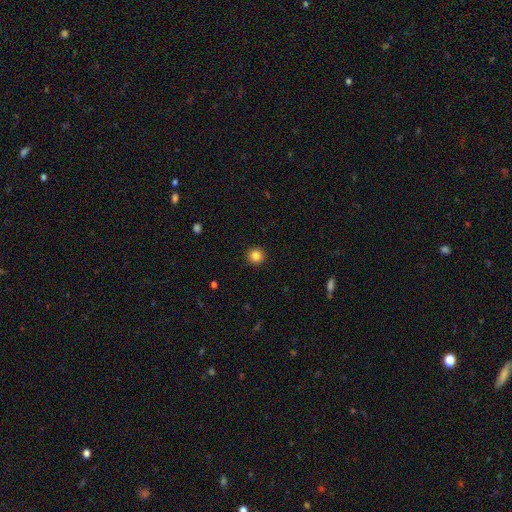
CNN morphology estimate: This appears to be a smooth galaxy with no disk features (85%) that is round (95%). Merging: none (93%).